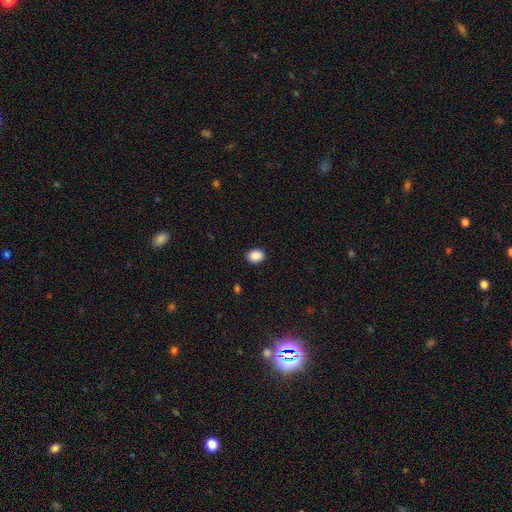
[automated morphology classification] smooth_or_featured: smooth (p=0.89) [alt: star or artifact p=0.08]
how_rounded: in between (p=0.63) [alt: round p=0.37]
merging: none (p=0.90) [alt: minor disturbance p=0.07]